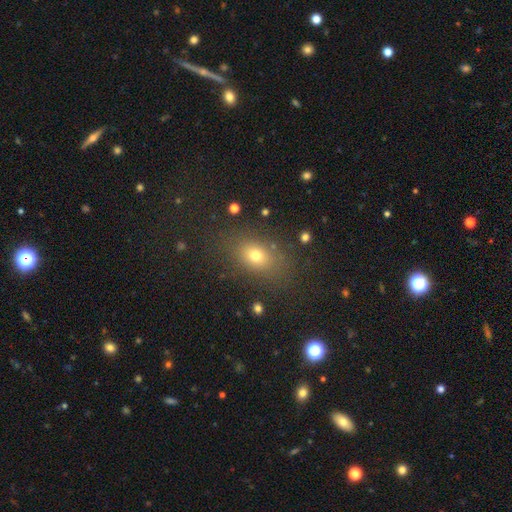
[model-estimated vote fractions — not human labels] The model was most divided on "how rounded": in between: 68%, round: 30%, cigar-shaped: 3%. More confident: merging — none (80%); smooth or featured — smooth (71%).